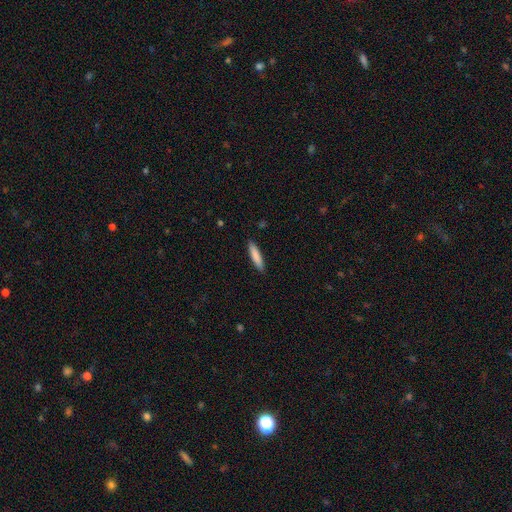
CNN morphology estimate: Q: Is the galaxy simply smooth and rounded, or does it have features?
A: smooth — 85%.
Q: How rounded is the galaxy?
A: cigar-shaped — 83%.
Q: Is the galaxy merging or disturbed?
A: none — 90%.